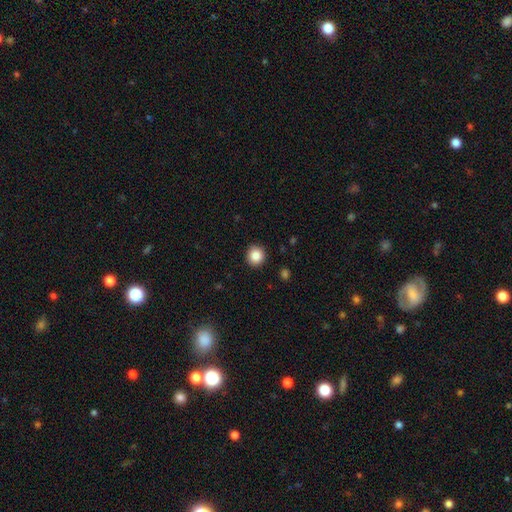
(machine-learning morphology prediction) type=smooth (87%); roundness=round (92%); merging=none (91%).